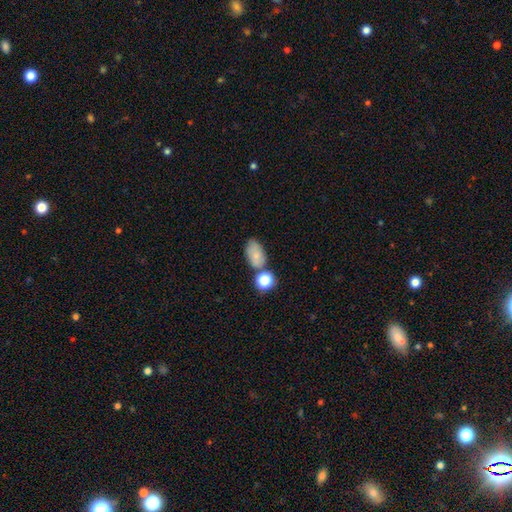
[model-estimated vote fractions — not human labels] Overall: smooth (74%). How rounded: in between (87%). Merging: none (55%; minor disturbance 20%).